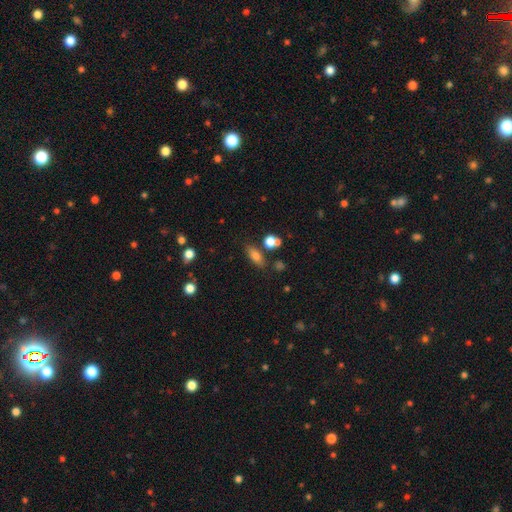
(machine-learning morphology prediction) A smooth galaxy with no disk features (77%) that is in between round and cigar-shaped (75%). Merging: none (73%).